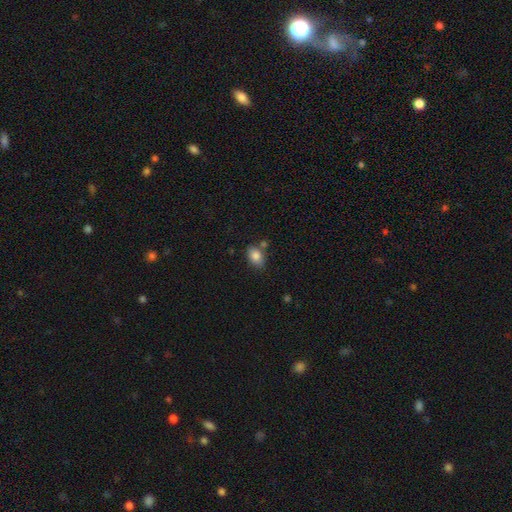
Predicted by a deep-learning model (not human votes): Morphology: type=smooth (84%); roundness=in between (84%); merging=none (69%).